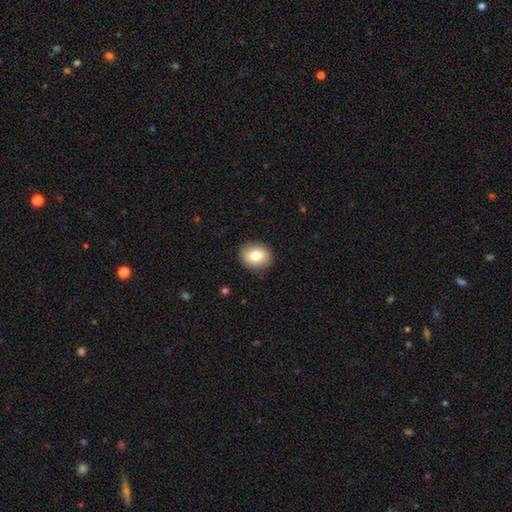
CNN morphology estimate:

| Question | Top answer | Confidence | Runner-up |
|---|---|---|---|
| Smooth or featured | smooth | 79% | featured or disk (13%) |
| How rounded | round | 60% | in between (39%) |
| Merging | none | 89% | minor disturbance (8%) |